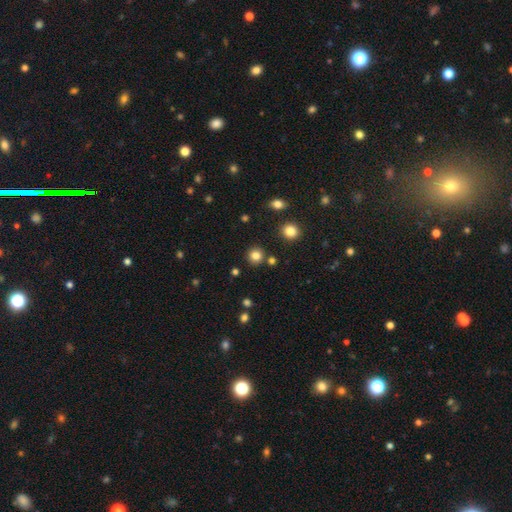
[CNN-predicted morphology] Q: Smooth or featured?
A: smooth (82%); runner-up: star or artifact (12%)
Q: How rounded?
A: round (93%); runner-up: in between (7%)
Q: Merging?
A: none (87%); runner-up: minor disturbance (6%)